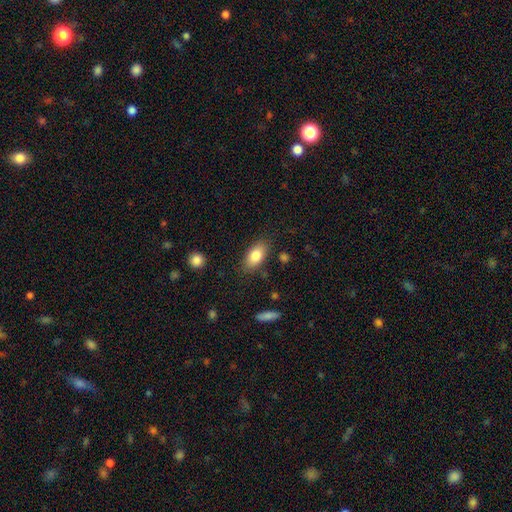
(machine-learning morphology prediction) Q: Smooth or featured?
A: smooth (82%); runner-up: featured or disk (12%)
Q: How rounded?
A: in between (90%); runner-up: cigar-shaped (5%)
Q: Merging?
A: none (82%); runner-up: minor disturbance (13%)